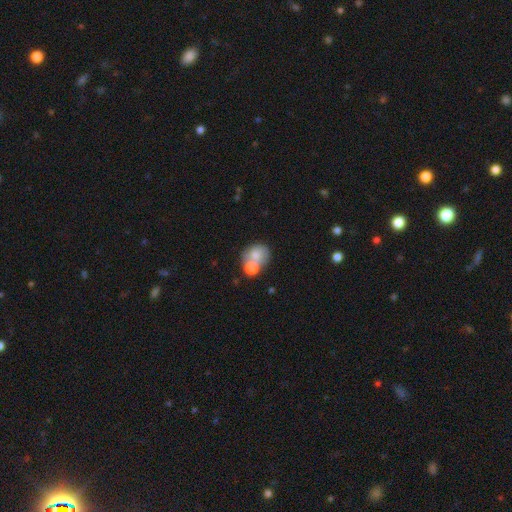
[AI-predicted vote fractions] Q: Smooth or featured?
A: smooth (70%); runner-up: featured or disk (21%)
Q: How rounded?
A: round (61%); runner-up: in between (38%)
Q: Merging?
A: merger (57%); runner-up: none (29%)